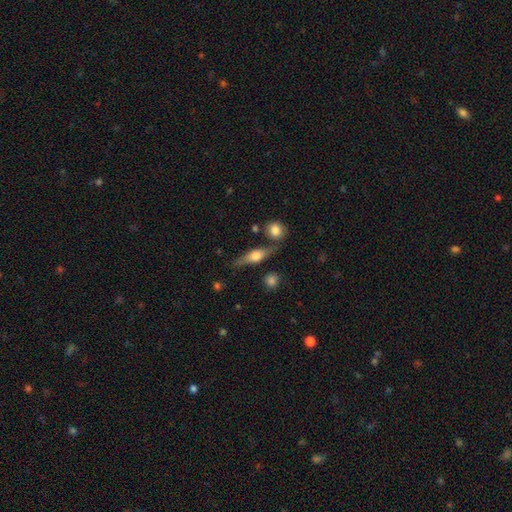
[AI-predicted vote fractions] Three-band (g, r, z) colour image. It shows a featured or disk galaxy (52%) viewed edge-on (89%). Merging: none (72%).